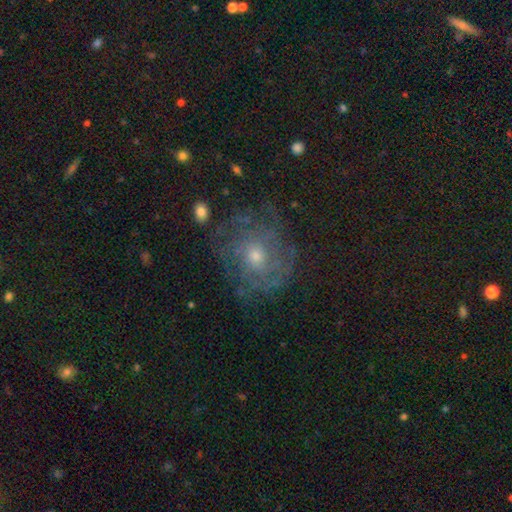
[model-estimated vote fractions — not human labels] Smooth or featured: featured or disk — 62% (smooth — 23%)
Edge-on disk: no — 97% (yes — 3%)
Bar: no — 83% (weak — 14%)
Spiral arms: yes — 76% (no — 24%)
Bulge size: small — 49% (moderate — 46%)
Merging: none — 71% (minor disturbance — 16%)